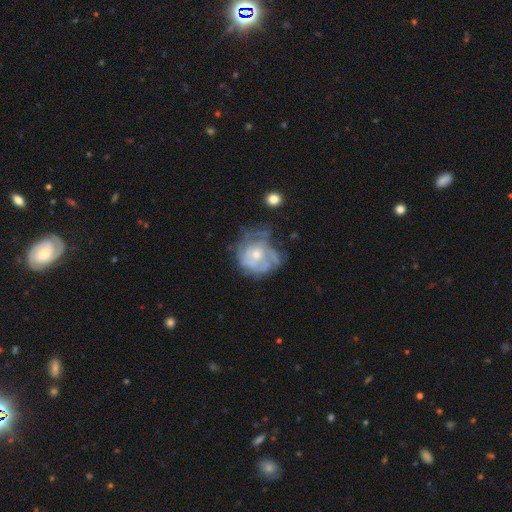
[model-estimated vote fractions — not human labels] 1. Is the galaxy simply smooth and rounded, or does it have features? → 68% featured or disk, 24% smooth, 8% star or artifact.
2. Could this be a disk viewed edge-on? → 98% no, 2% yes.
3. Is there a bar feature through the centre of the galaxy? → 84% no, 14% weak, 2% strong.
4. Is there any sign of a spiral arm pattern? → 58% yes, 42% no.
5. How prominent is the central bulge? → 48% moderate, 45% small, 3% large, 3% none, 1% dominant.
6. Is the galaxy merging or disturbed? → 40% none, 28% major disturbance, 27% minor disturbance, 5% merger.